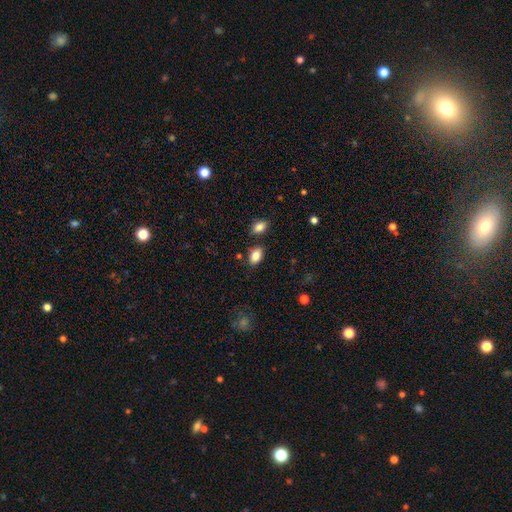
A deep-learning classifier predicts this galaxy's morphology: This appears to be a smooth galaxy with no disk features (85%) that is in between round and cigar-shaped (89%). Merging: none (79%).